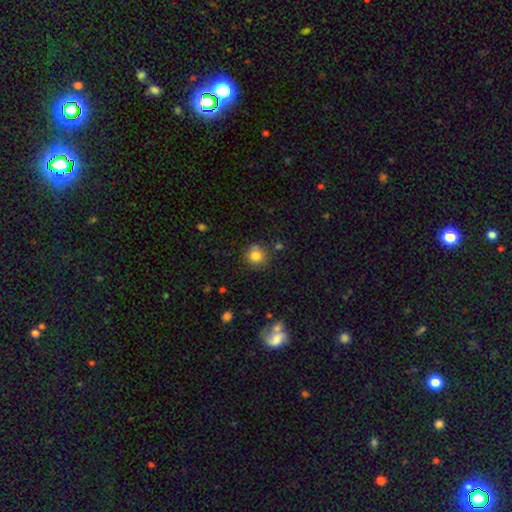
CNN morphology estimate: Smooth or featured? Predicted: smooth (p=0.81). How rounded? Predicted: round (p=0.88). Merging? Predicted: none (p=0.75).